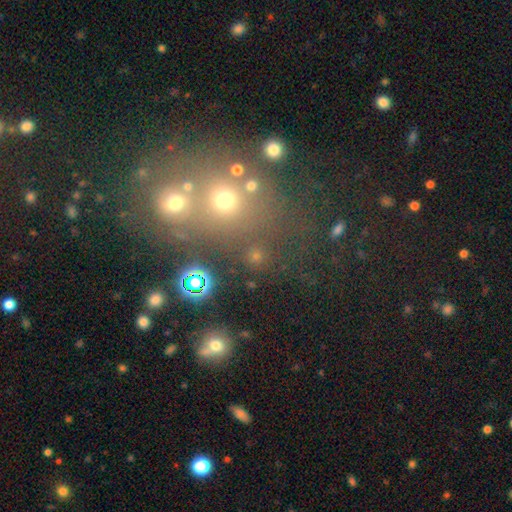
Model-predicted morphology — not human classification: Smooth or featured? Predicted: smooth (p=0.60). How rounded? Predicted: round (p=0.83). Merging? Predicted: none (p=0.69).